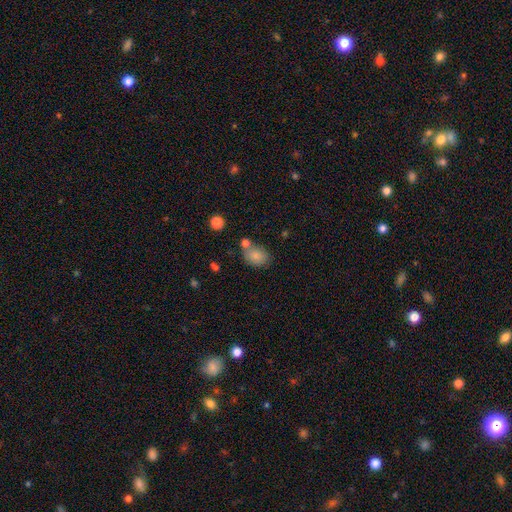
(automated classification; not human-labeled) Smooth or featured? smooth (83%)
How rounded? in between (65%)
Merging? none (59%)